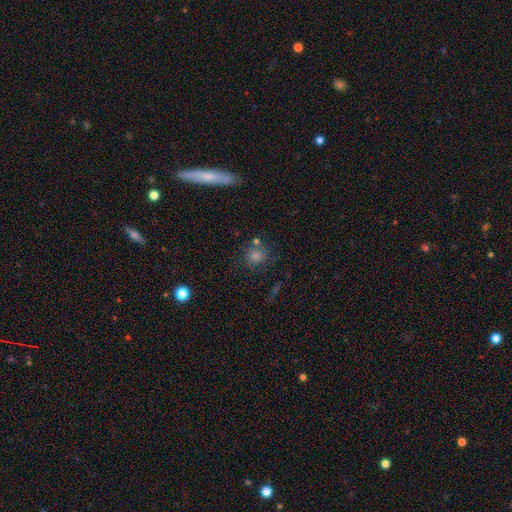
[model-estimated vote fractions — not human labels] smooth 66%, star or artifact 21%, featured or disk 13%. Down the decision tree: how rounded — round (82%); merging — none (76%).